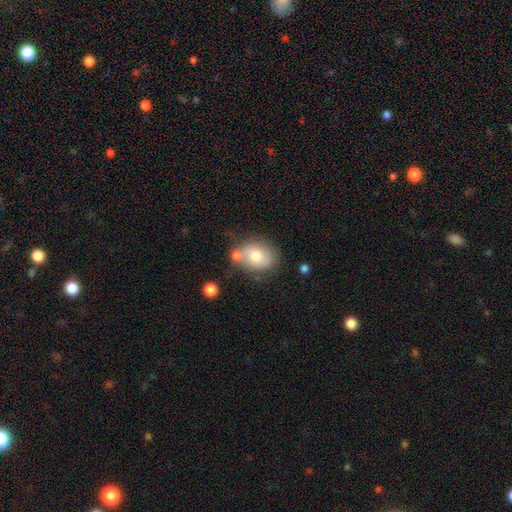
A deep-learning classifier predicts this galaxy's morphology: A smooth galaxy with no disk features (73%) that is in between round and cigar-shaped (64%). Merging: none (56%).